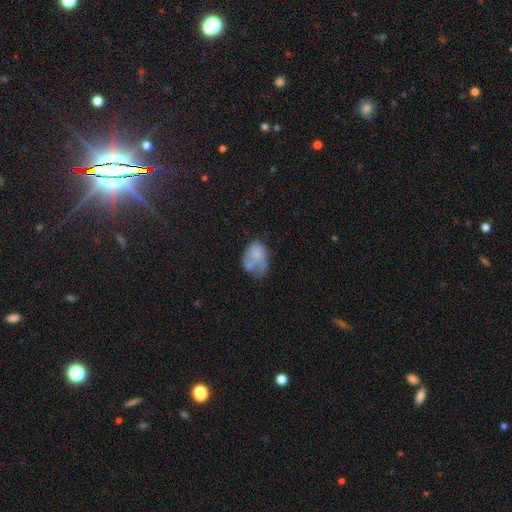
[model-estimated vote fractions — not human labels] Overall: smooth (58%; featured or disk 33%). How rounded: in between (78%). Merging: none (27%; major disturbance 26%).